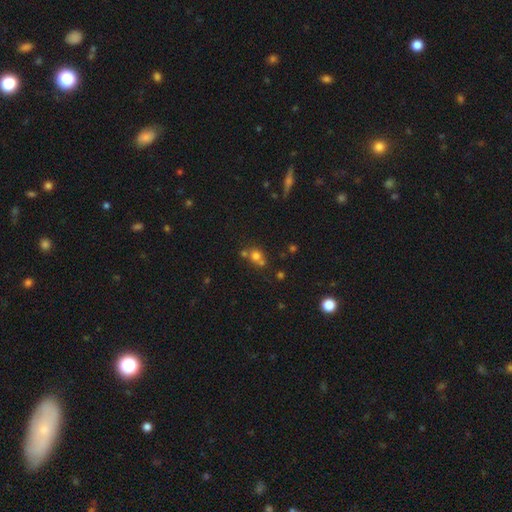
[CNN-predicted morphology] Smooth or featured? smooth (68%)
How rounded? round (80%)
Merging? none (49%)